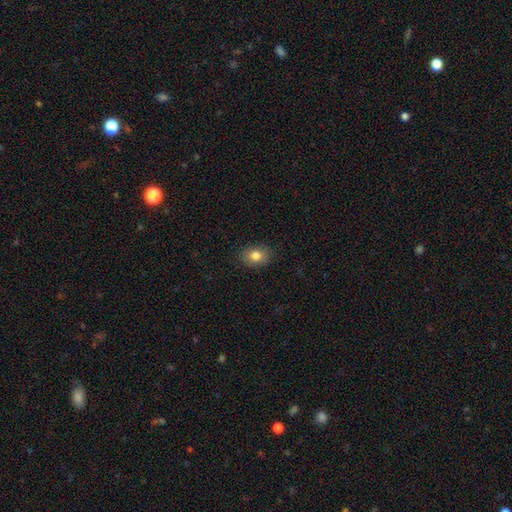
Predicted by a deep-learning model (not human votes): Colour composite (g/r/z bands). It shows a smooth galaxy with no disk features (82%) that is in between round and cigar-shaped (64%). Merging: none (88%).